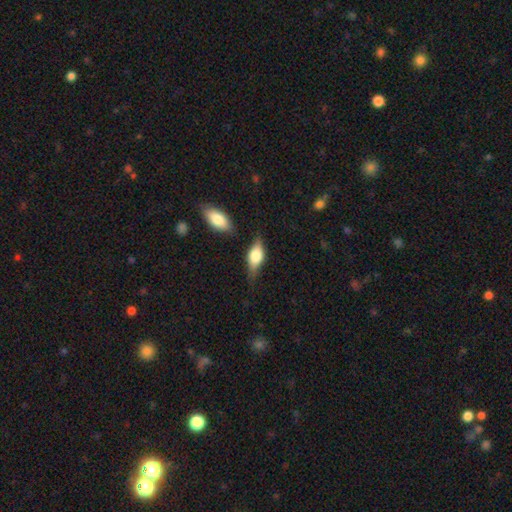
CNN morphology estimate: smooth_or_featured: smooth (p=0.60) [alt: featured or disk p=0.33]
how_rounded: in between (p=0.80) [alt: cigar-shaped p=0.15]
merging: none (p=0.65) [alt: minor disturbance p=0.23]